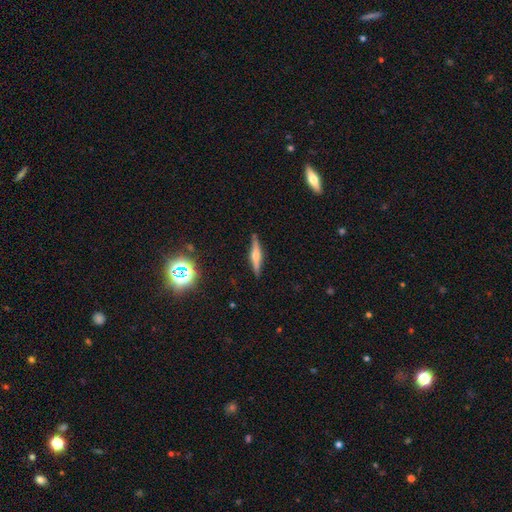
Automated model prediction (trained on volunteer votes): Smooth or featured?
  - featured or disk: 61% *
  - smooth: 30%
  - star or artifact: 9%
Edge-on disk?
  - yes: 96% *
  - no: 4%
Edge-on bulge?
  - rounded: 83% *
  - boxy: 10%
  - none: 7%
Merging?
  - none: 87% *
  - minor disturbance: 10%
  - major disturbance: 2%
  - merger: 2%